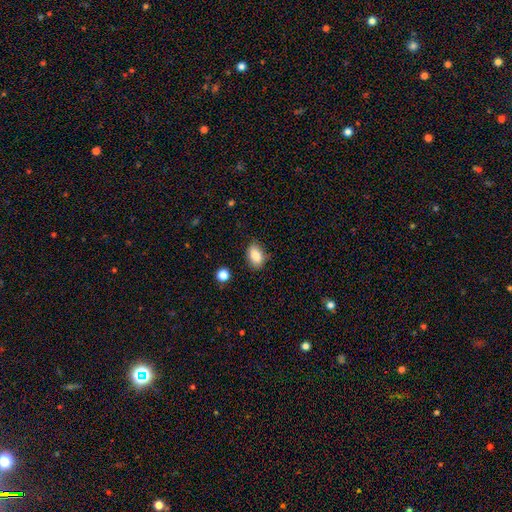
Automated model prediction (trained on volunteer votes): Morphology: type=smooth (85%); roundness=in between (86%); merging=none (78%).